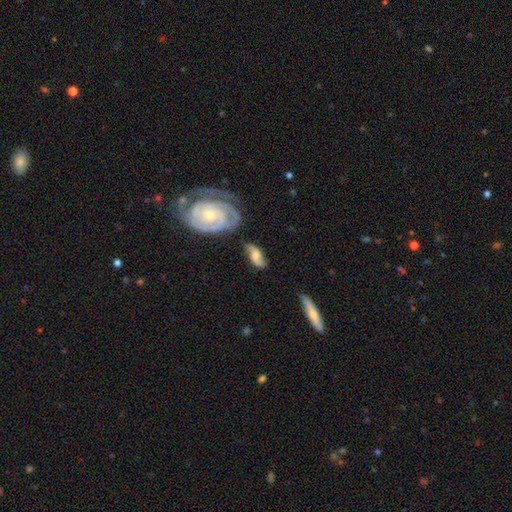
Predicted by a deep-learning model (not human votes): A featured or disk galaxy (60%) with no bar (55%), spiral arms (88%) and a moderate central bulge (46%). Merging: none (62%).